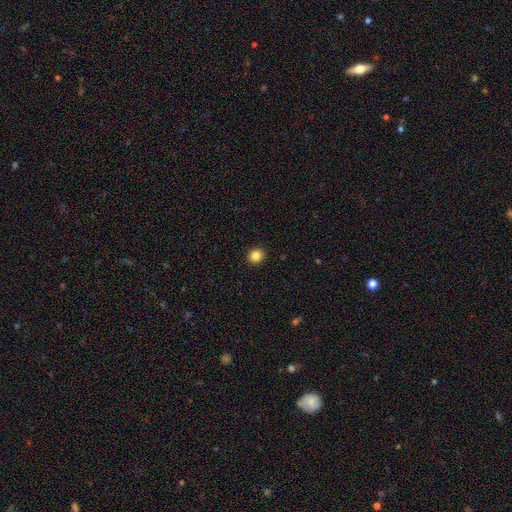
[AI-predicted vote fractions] The model was most divided on "how rounded": round: 83%, in between: 16%, cigar-shaped: 1%. More confident: merging — none (93%); smooth or featured — smooth (85%).